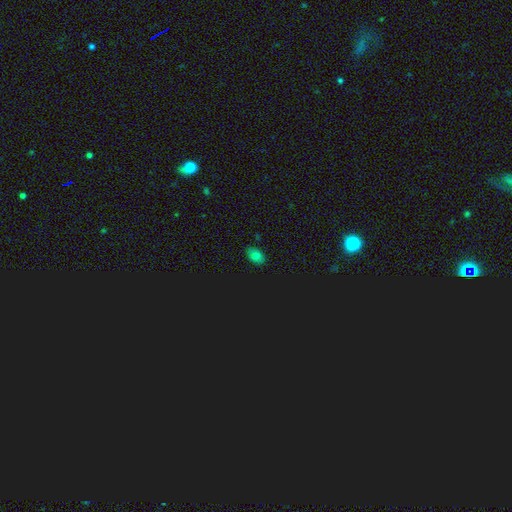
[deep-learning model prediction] Q: Smooth or featured?
A: smooth (68%); runner-up: star or artifact (24%)
Q: How rounded?
A: in between (83%); runner-up: round (15%)
Q: Merging?
A: none (82%); runner-up: minor disturbance (14%)